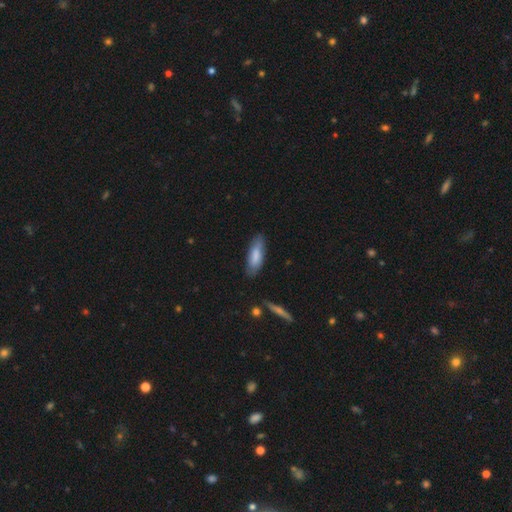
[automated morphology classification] Q: Smooth or featured?
A: smooth (76%); runner-up: featured or disk (18%)
Q: How rounded?
A: in between (61%); runner-up: cigar-shaped (38%)
Q: Merging?
A: none (78%); runner-up: minor disturbance (17%)